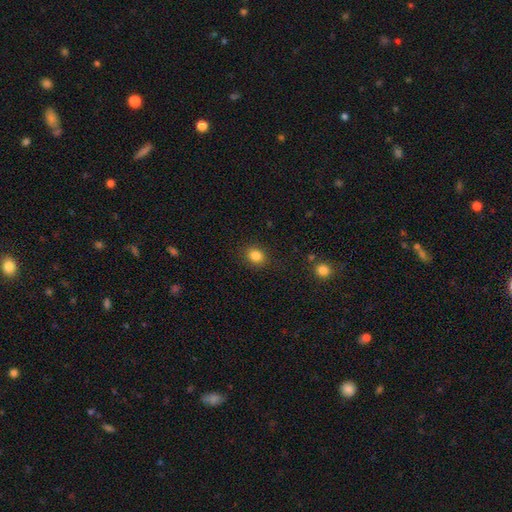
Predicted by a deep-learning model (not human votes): Smooth or featured? smooth (84%)
How rounded? round (58%)
Merging? none (87%)